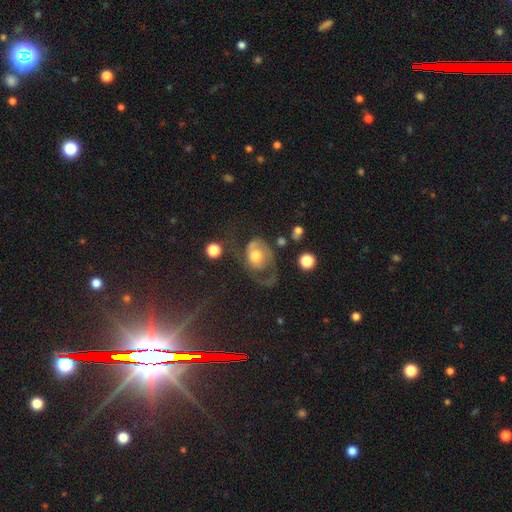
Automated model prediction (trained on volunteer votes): A featured or disk galaxy (51%). Merging: major disturbance (50%).